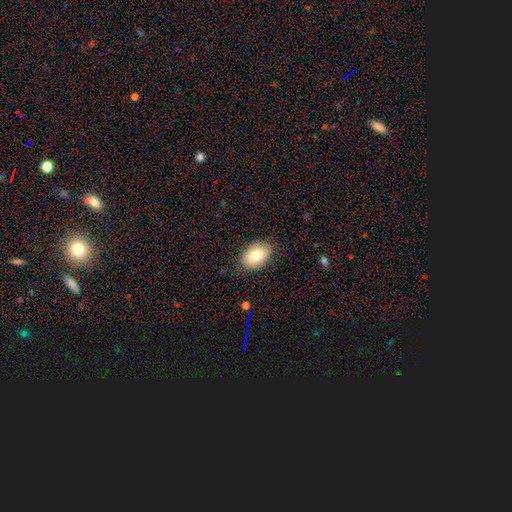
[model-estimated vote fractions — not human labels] Q: Smooth or featured?
A: smooth (80%); runner-up: featured or disk (13%)
Q: How rounded?
A: in between (88%); runner-up: round (11%)
Q: Merging?
A: none (82%); runner-up: minor disturbance (14%)